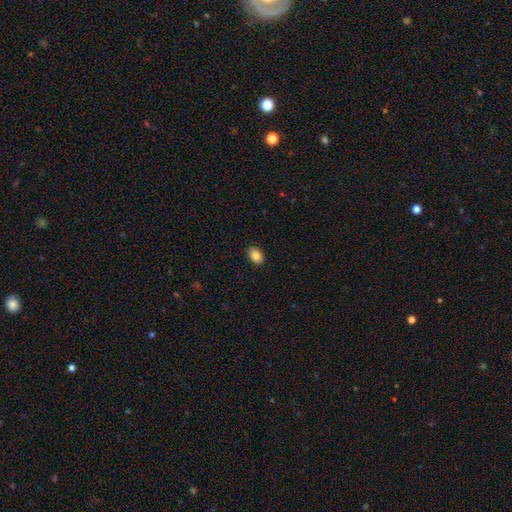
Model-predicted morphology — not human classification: Overall: smooth (85%). How rounded: in between (85%). Merging: none (90%).